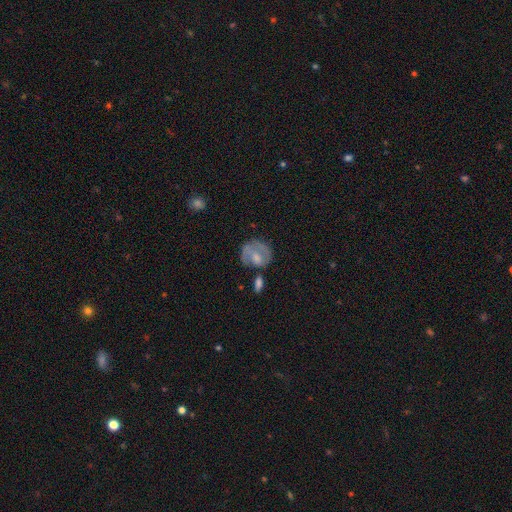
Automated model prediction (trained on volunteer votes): Smooth or featured? Predicted: smooth (p=0.54). How rounded? Predicted: round (p=0.63). Merging? Predicted: none (p=0.44).